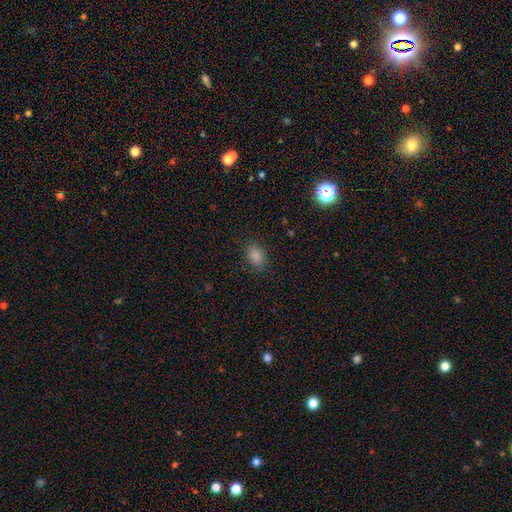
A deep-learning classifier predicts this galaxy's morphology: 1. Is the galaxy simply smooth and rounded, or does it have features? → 85% smooth, 11% star or artifact, 4% featured or disk.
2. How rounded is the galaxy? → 72% in between, 26% round, 1% cigar-shaped.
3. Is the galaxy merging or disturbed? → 81% none, 14% minor disturbance, 4% major disturbance, 1% merger.